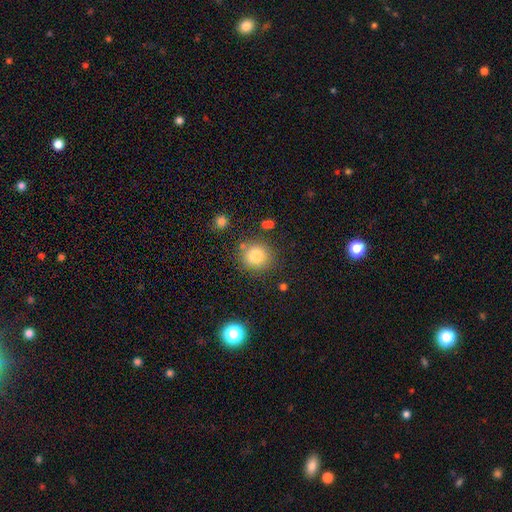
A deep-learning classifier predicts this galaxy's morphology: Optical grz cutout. It shows a smooth galaxy with no disk features (81%) that is round (90%). Merging: none (81%).